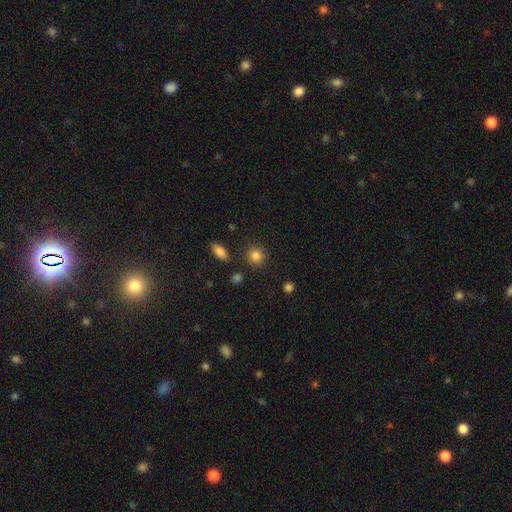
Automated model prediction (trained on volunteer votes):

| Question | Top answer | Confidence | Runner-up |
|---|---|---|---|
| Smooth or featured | smooth | 84% | star or artifact (10%) |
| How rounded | round | 89% | in between (10%) |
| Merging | none | 87% | minor disturbance (7%) |